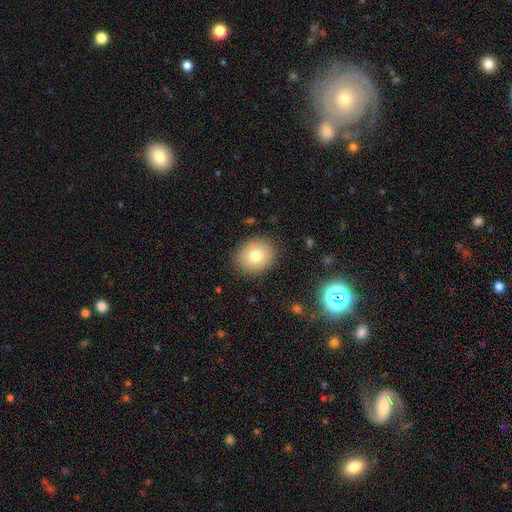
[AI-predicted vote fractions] smooth 77%, featured or disk 13%, star or artifact 10%. Down the decision tree: how rounded — round (66%); merging — none (88%).